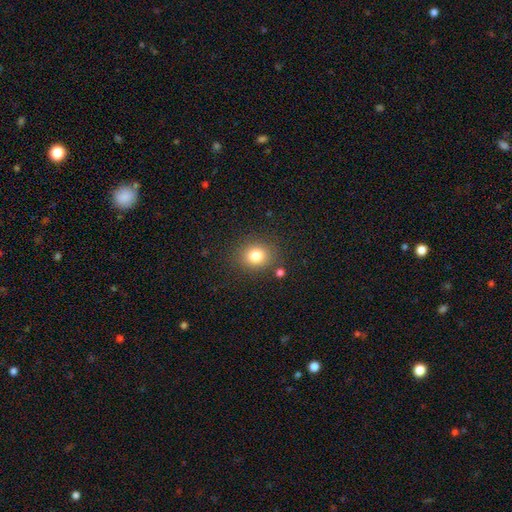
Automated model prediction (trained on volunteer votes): Smooth or featured? Predicted: smooth (p=0.80). How rounded? Predicted: round (p=0.76). Merging? Predicted: none (p=0.82).